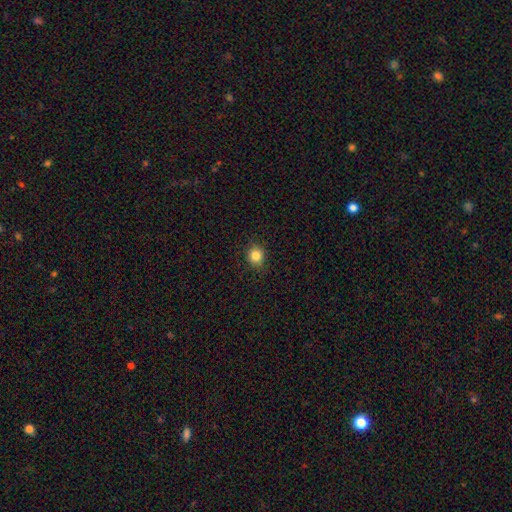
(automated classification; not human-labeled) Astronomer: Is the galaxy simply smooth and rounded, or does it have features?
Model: smooth — 84%.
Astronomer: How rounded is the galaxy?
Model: round — 82%.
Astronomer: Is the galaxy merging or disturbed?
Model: none — 89%.